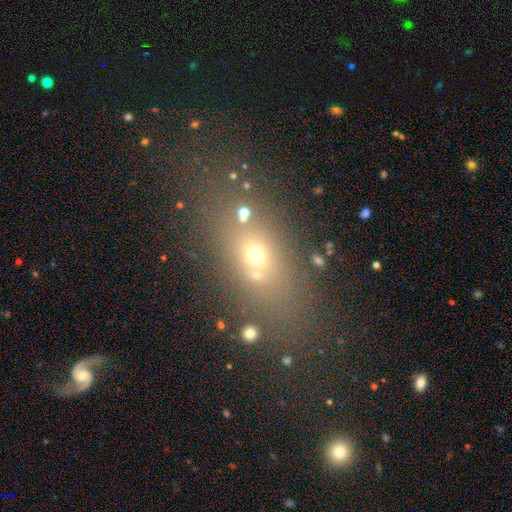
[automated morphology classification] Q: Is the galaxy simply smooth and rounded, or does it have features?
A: smooth — 58%.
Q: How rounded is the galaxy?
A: in between — 66%.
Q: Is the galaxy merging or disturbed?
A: none — 67%.